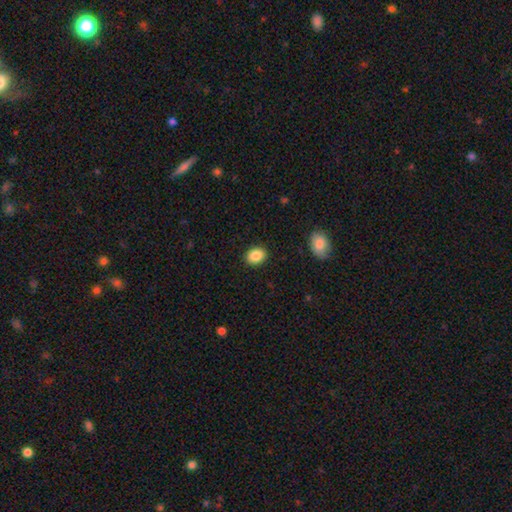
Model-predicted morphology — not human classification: A smooth galaxy with no disk features (88%) that is in between round and cigar-shaped (64%). Merging: none (90%).